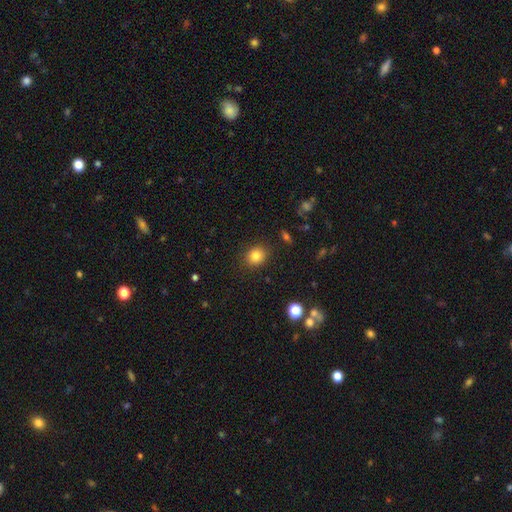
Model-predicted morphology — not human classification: Smooth or featured? Predicted: smooth (p=0.83). How rounded? Predicted: round (p=0.72). Merging? Predicted: none (p=0.88).